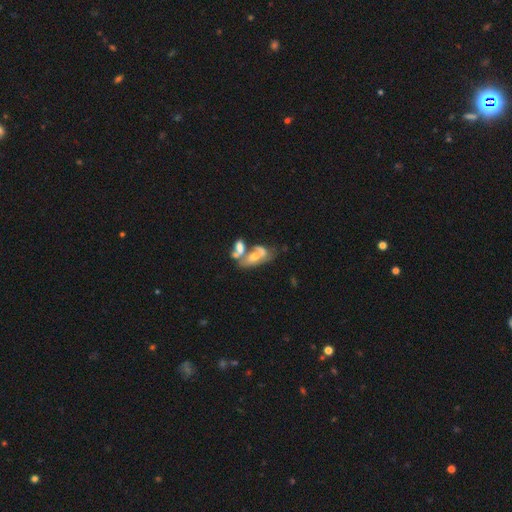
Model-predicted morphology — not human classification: Smooth or featured? Predicted: featured or disk (p=0.50). Merging? Predicted: merger (p=0.59).